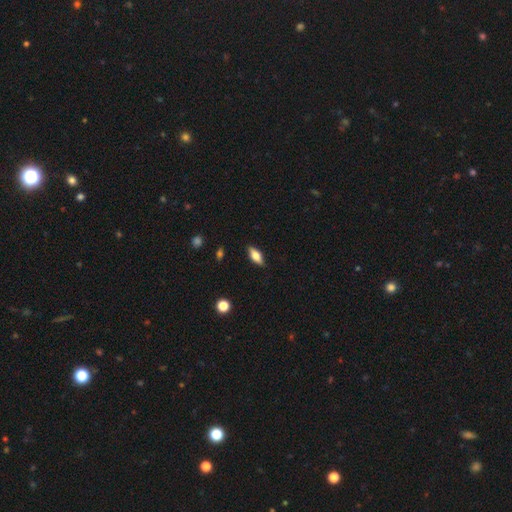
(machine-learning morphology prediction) smooth 59%, featured or disk 34%, star or artifact 8%. Down the decision tree: how rounded — in between (76%); merging — none (85%).